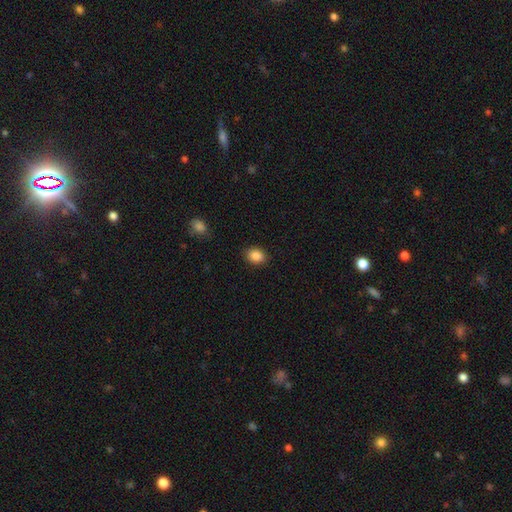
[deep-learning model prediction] The model was most divided on "how rounded": in between: 60%, round: 39%, cigar-shaped: 1%. More confident: smooth or featured — smooth (88%); merging — none (88%).